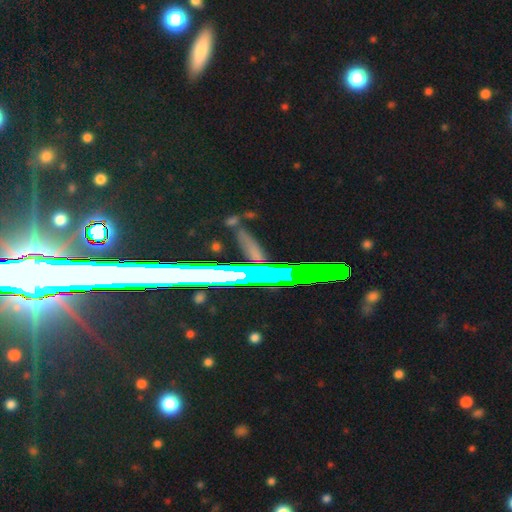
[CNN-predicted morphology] Overall: star or artifact (52%; featured or disk 29%).